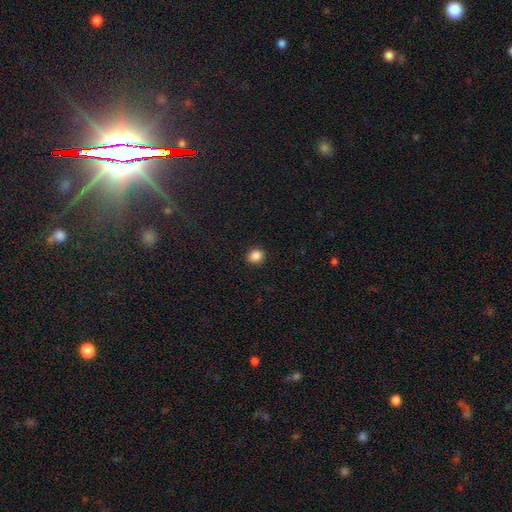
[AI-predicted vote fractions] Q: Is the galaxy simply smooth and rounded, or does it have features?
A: smooth — 86%.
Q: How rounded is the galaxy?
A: round — 79%.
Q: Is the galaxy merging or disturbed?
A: none — 91%.